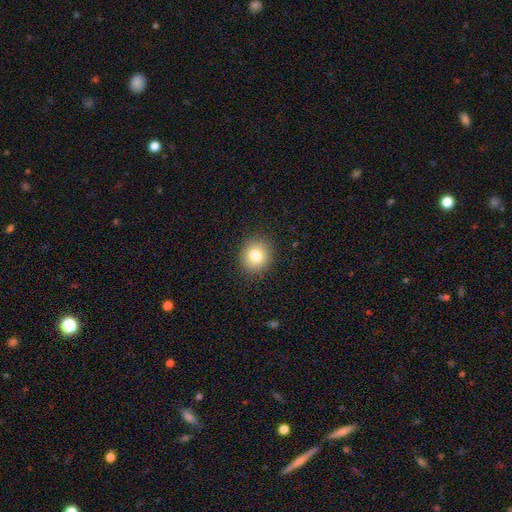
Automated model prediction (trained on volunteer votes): Smooth or featured? Predicted: smooth (p=0.80). How rounded? Predicted: round (p=0.81). Merging? Predicted: none (p=0.90).